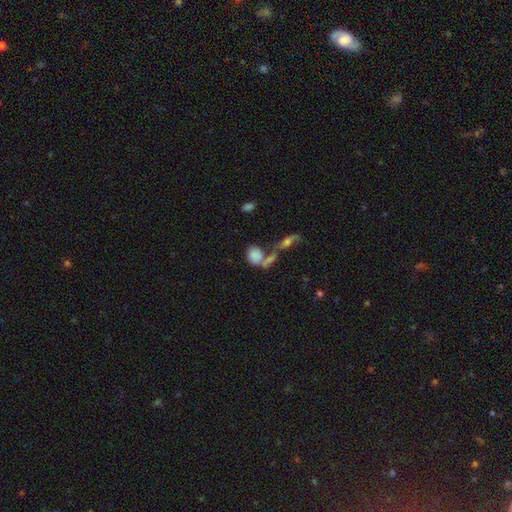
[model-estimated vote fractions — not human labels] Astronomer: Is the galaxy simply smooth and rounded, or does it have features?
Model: smooth — 75%.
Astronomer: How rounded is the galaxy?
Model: in between — 55% (runner-up: round, 41%).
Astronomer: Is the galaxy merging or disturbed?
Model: merger — 49% (runner-up: none, 30%).